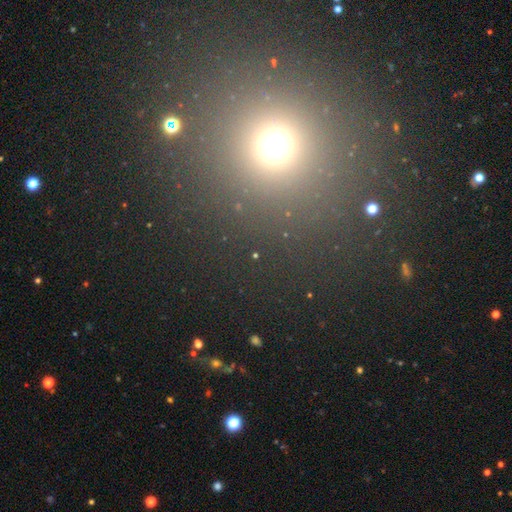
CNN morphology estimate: This appears to be a star or artifact, not a galaxy (63%).